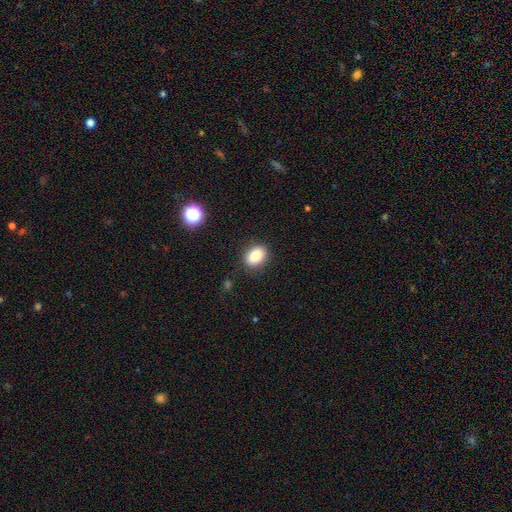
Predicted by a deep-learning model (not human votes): A smooth galaxy with no disk features (83%) that is in between round and cigar-shaped (66%). Merging: none (87%).